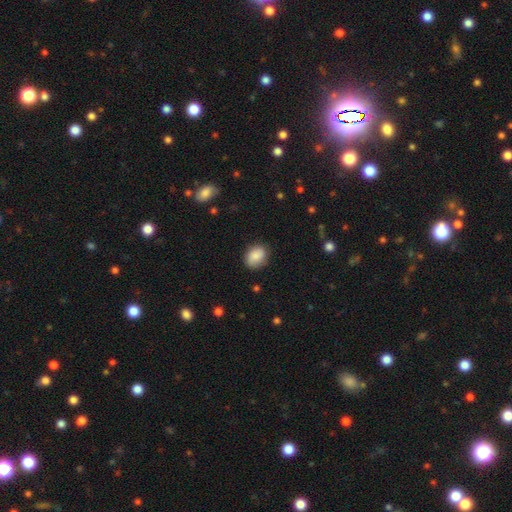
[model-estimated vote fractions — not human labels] Morphology: type=smooth (84%); roundness=in between (57%); merging=none (81%).